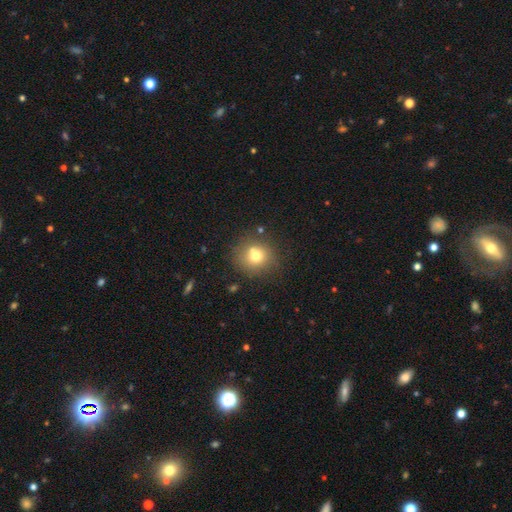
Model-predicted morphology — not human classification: A smooth galaxy with no disk features (70%) that is round (87%).

Vote fractions:
- Smooth or featured? smooth: 70% / featured or disk: 17% / star or artifact: 14%
- How rounded? round: 87% / in between: 12% / cigar-shaped: 1%
- Merging? none: 63% / merger: 21% / minor disturbance: 11% / major disturbance: 4%